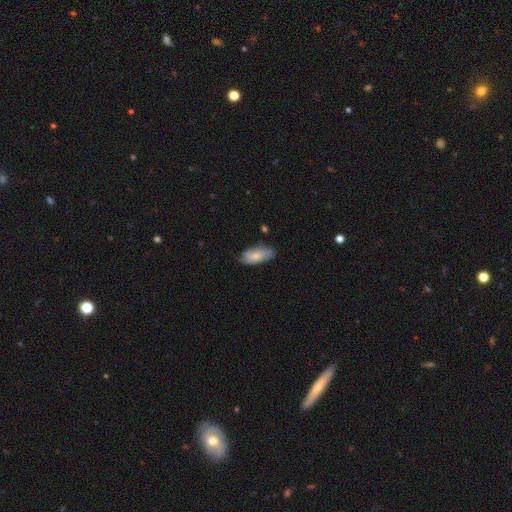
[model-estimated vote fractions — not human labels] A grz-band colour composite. It shows a smooth galaxy with no disk features (75%) that is in between round and cigar-shaped (85%). Merging: none (66%).